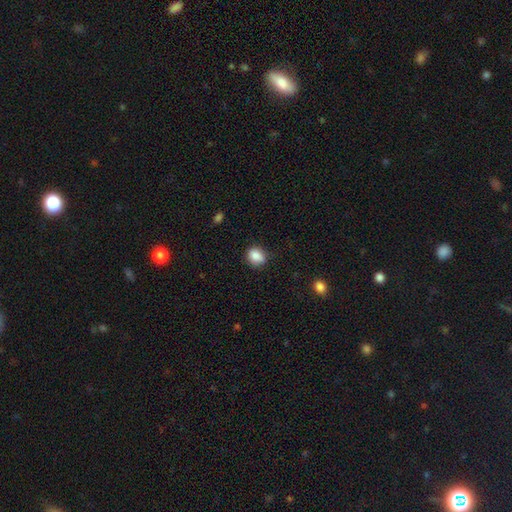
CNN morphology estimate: type=smooth (86%); roundness=in between (52%); merging=none (76%).